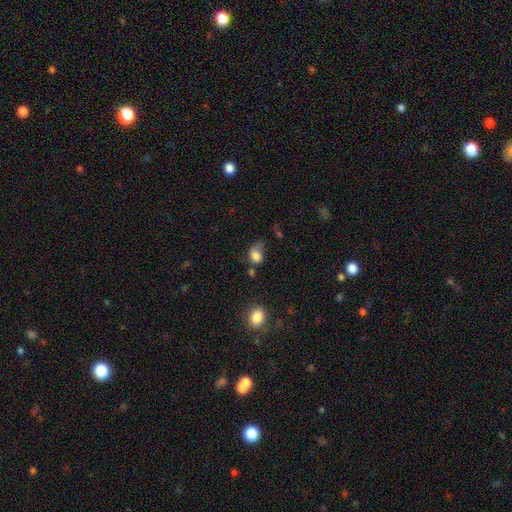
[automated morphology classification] Smooth or featured: smooth — 78% (featured or disk — 12%)
How rounded: in between — 64% (round — 35%)
Merging: minor disturbance — 32% (none — 31%)